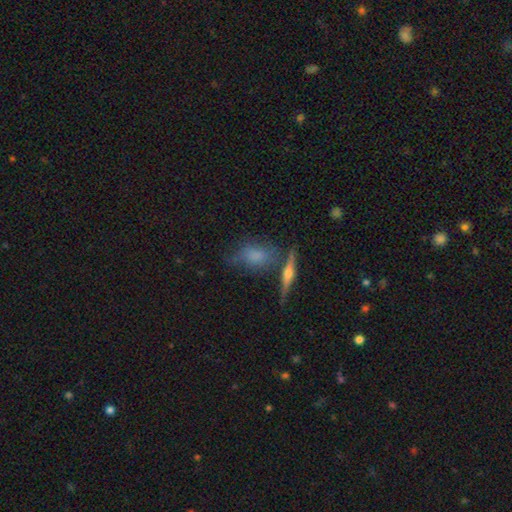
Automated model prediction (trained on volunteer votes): Smooth or featured?
  - smooth: 58% *
  - featured or disk: 32%
  - star or artifact: 11%
How rounded?
  - in between: 66% *
  - round: 19%
  - cigar-shaped: 14%
Merging?
  - none: 58% *
  - minor disturbance: 21%
  - merger: 14%
  - major disturbance: 7%